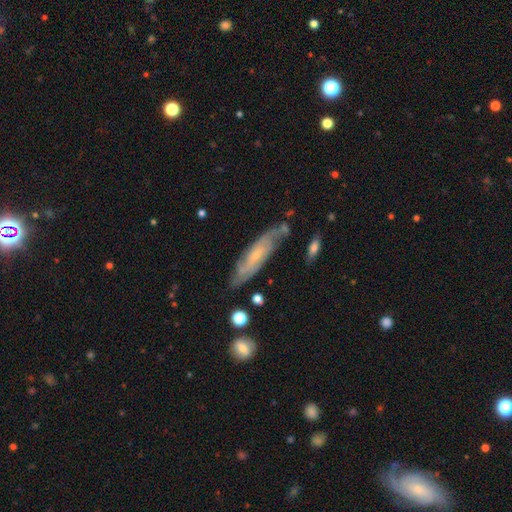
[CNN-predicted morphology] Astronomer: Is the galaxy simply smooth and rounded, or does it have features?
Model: featured or disk — 67%.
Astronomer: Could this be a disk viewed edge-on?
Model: no — 72%.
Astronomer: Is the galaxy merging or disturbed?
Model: none — 72%.